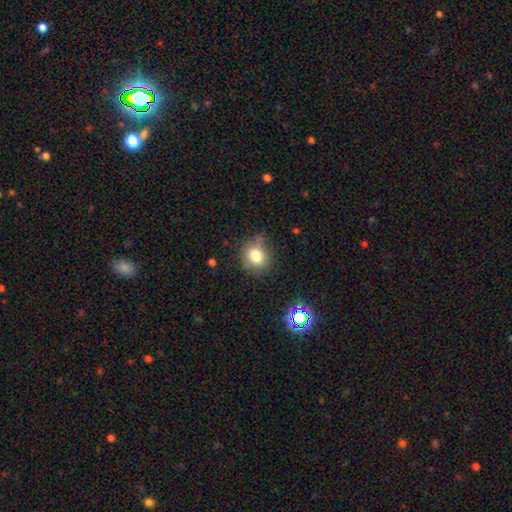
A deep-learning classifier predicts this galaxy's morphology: A smooth galaxy with no disk features (78%) that is round (77%). Merging: none (72%).